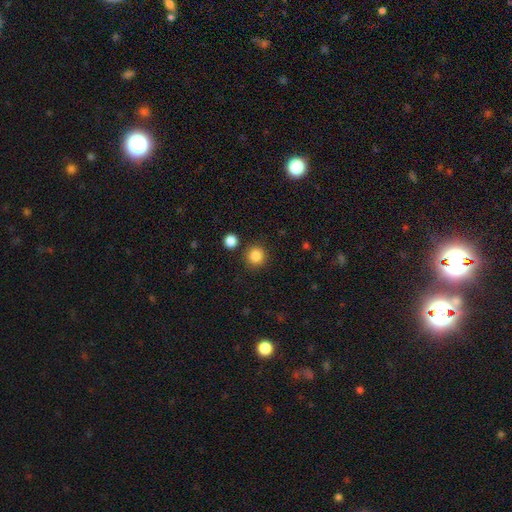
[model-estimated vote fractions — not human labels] This appears to be a smooth galaxy with no disk features (86%) that is round (93%). Merging: none (87%).